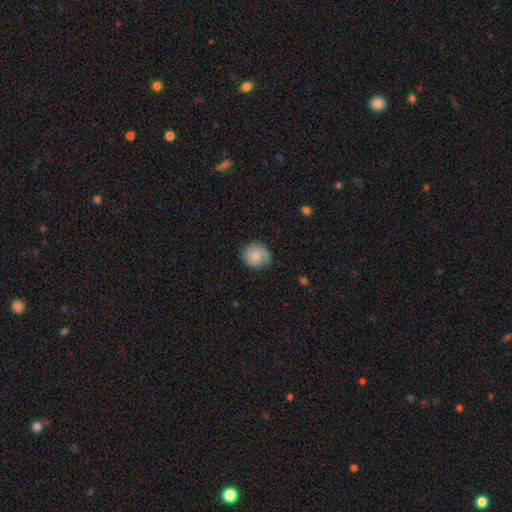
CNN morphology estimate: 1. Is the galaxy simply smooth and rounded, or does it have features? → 68% smooth, 24% featured or disk, 7% star or artifact.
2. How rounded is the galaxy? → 86% round, 13% in between, 1% cigar-shaped.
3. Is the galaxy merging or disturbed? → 77% none, 17% minor disturbance, 4% major disturbance, 1% merger.